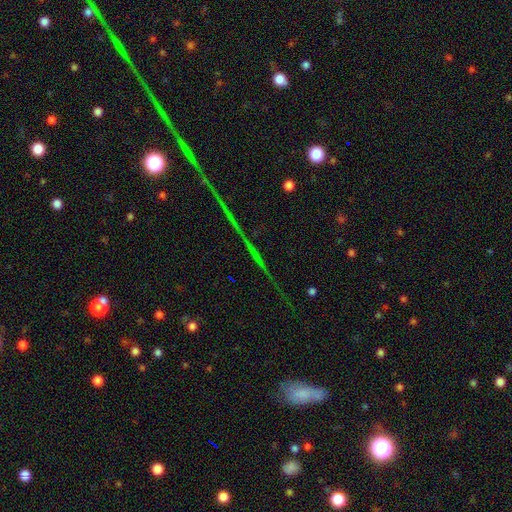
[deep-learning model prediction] Morphology: type=star or artifact (68%).